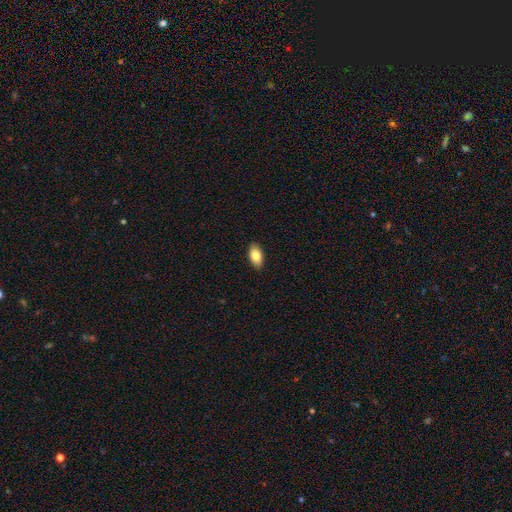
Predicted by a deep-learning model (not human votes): smooth_or_featured: smooth (p=0.83) [alt: featured or disk p=0.10]
how_rounded: in between (p=0.93) [alt: cigar-shaped p=0.04]
merging: none (p=0.90) [alt: minor disturbance p=0.08]